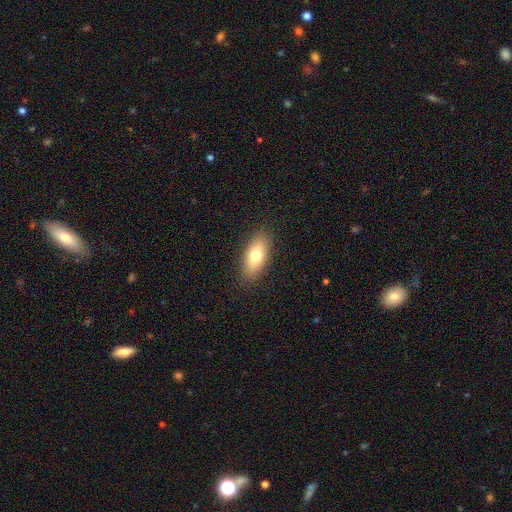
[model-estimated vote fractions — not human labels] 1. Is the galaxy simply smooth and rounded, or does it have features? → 76% smooth, 17% featured or disk, 7% star or artifact.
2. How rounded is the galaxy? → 85% in between, 11% cigar-shaped, 4% round.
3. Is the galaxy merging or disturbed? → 88% none, 9% minor disturbance, 2% major disturbance, 1% merger.